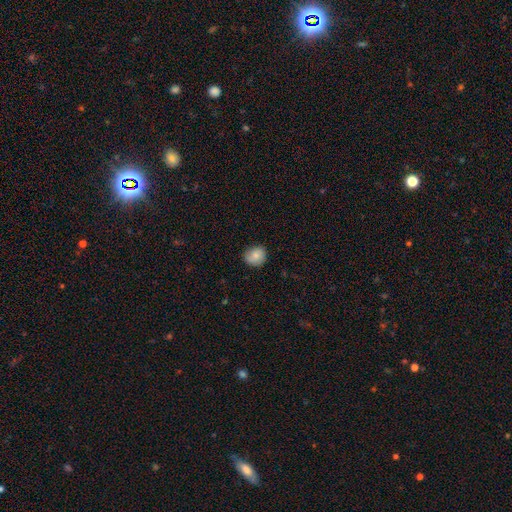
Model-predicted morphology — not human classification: Q: Smooth or featured?
A: smooth (81%); runner-up: featured or disk (11%)
Q: How rounded?
A: round (79%); runner-up: in between (20%)
Q: Merging?
A: none (82%); runner-up: minor disturbance (15%)